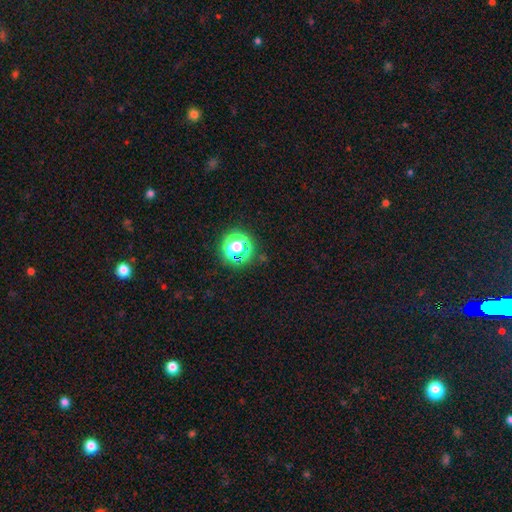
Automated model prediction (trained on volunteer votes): Q: Smooth or featured?
A: star or artifact (71%); runner-up: smooth (23%)